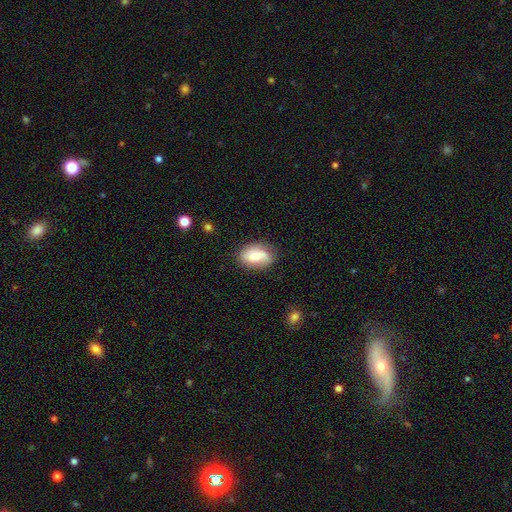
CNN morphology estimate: Smooth or featured? smooth (67%)
How rounded? in between (85%)
Merging? none (73%)